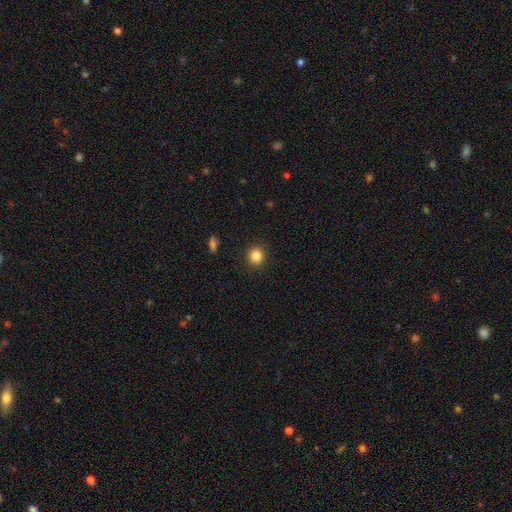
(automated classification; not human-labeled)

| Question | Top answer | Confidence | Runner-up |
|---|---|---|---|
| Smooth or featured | smooth | 85% | star or artifact (11%) |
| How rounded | round | 87% | in between (12%) |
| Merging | none | 92% | minor disturbance (6%) |